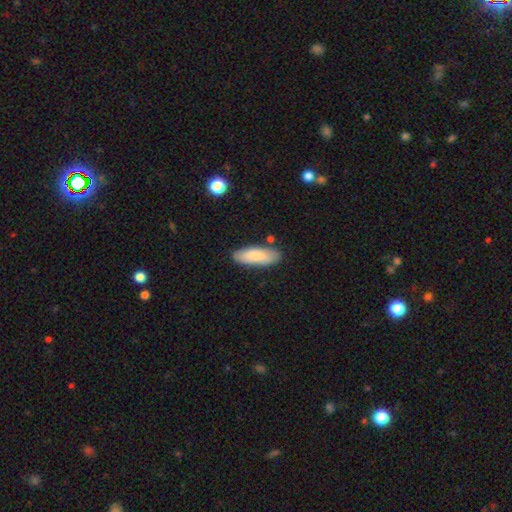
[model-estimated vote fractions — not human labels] The model was most divided on "how rounded": in between: 67%, cigar-shaped: 31%, round: 2%. More confident: smooth or featured — smooth (81%); merging — none (81%).